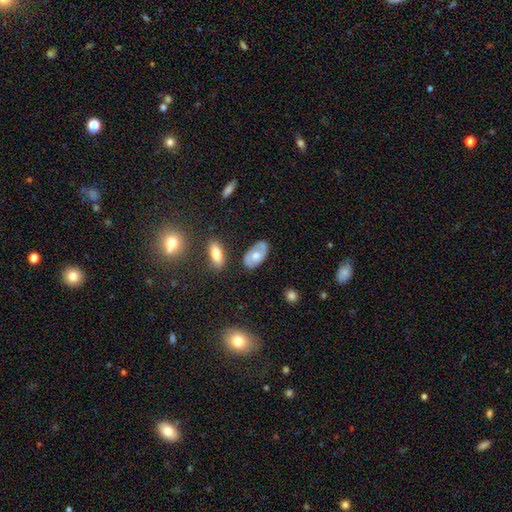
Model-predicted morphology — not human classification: This appears to be a featured or disk galaxy (50%). Merging: none (76%).